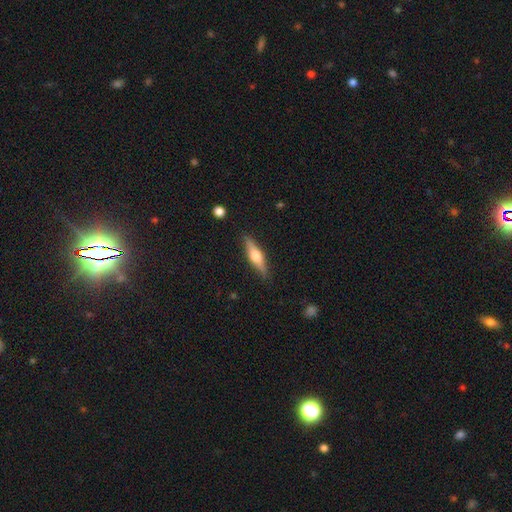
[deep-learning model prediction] featured or disk 56%, smooth 38%, star or artifact 6%. Down the decision tree: edge-on disk — yes (95%); edge-on bulge — rounded (90%); merging — none (88%).